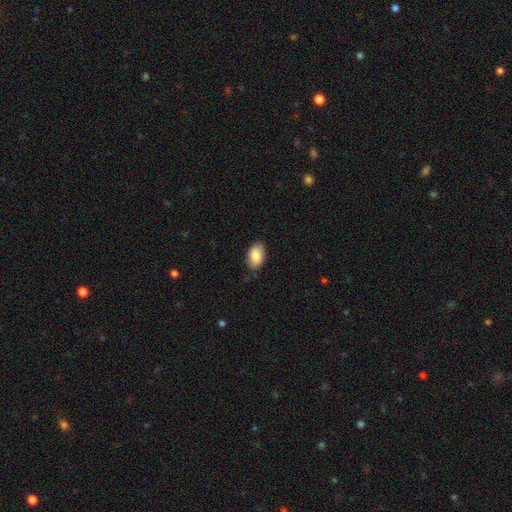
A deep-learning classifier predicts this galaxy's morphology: The model was most divided on "merging": none: 81%, minor disturbance: 16%, major disturbance: 3%, merger: 1%. More confident: how rounded — in between (93%); smooth or featured — smooth (87%).